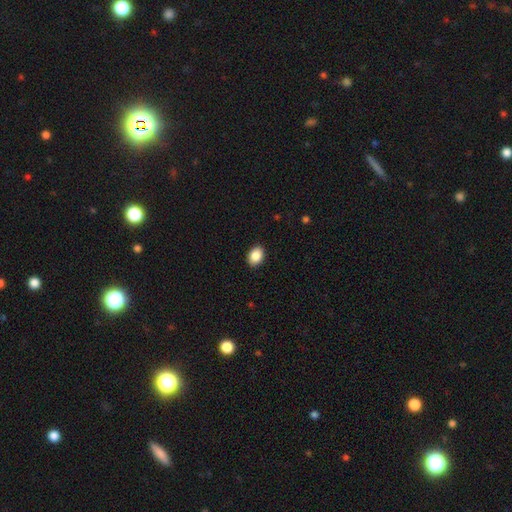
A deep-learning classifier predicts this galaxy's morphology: Smooth or featured: smooth — 89% (star or artifact — 8%)
How rounded: in between — 75% (round — 24%)
Merging: none — 90% (minor disturbance — 7%)